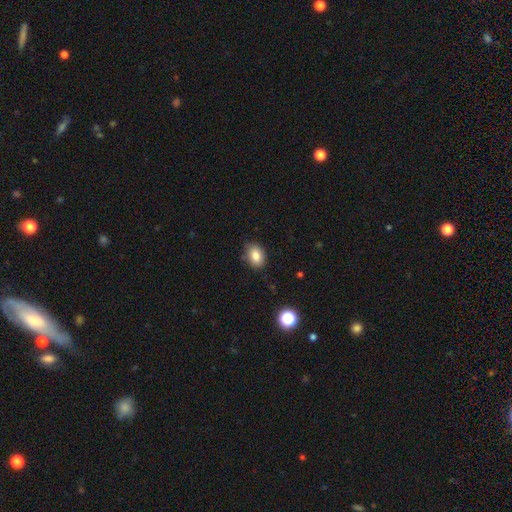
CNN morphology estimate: This is clearly a smooth galaxy (83%). How rounded: likely in between (77%). Merging: likely none (79%).